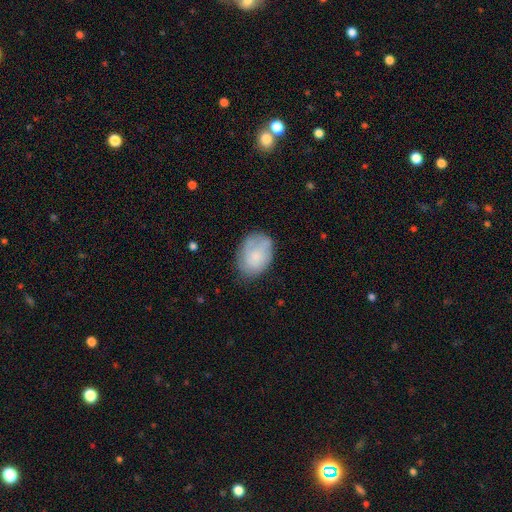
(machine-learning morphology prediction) Smooth or featured: smooth — 70% (featured or disk — 22%)
How rounded: in between — 74% (round — 25%)
Merging: none — 61% (minor disturbance — 28%)